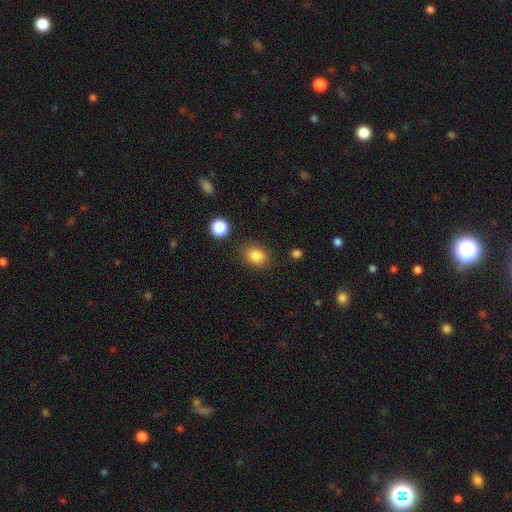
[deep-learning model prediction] smooth 85%, star or artifact 10%, featured or disk 5%. Down the decision tree: how rounded — in between (61%); merging — none (82%).